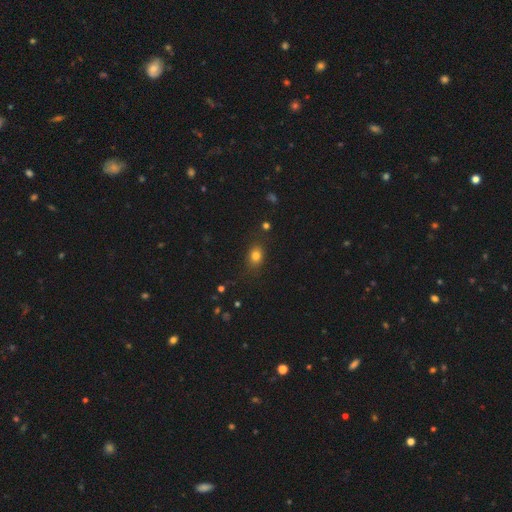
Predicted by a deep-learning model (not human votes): The model was most divided on "how rounded": in between: 59%, round: 39%, cigar-shaped: 2%. More confident: merging — none (80%); smooth or featured — smooth (78%).